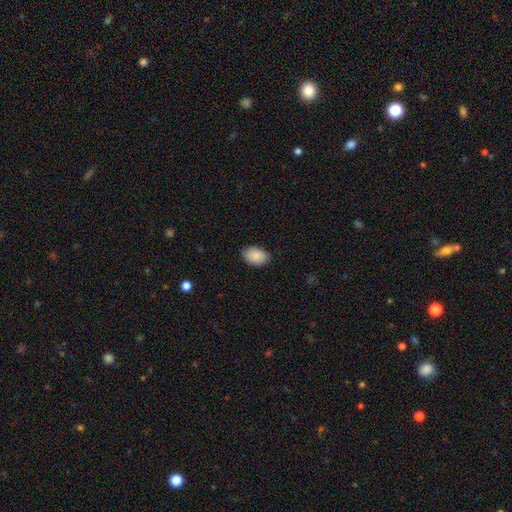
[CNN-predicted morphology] Smooth or featured: smooth — 88% (star or artifact — 7%)
How rounded: in between — 87% (round — 12%)
Merging: none — 86% (minor disturbance — 11%)